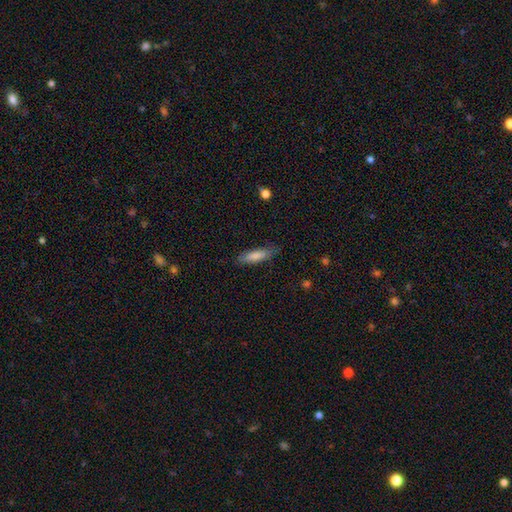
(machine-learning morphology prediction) Smooth or featured: smooth — 79% (featured or disk — 14%)
How rounded: cigar-shaped — 58% (in between — 40%)
Merging: none — 79% (minor disturbance — 16%)